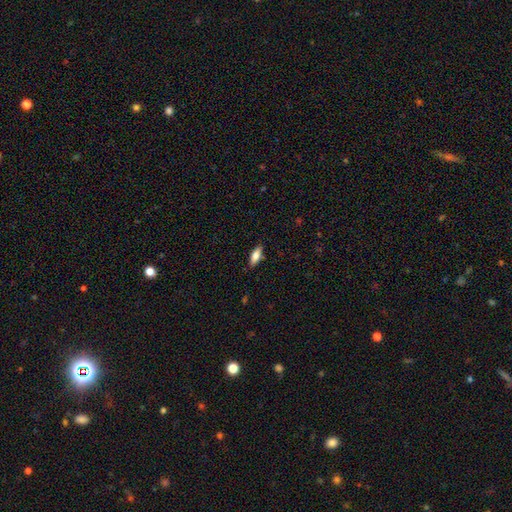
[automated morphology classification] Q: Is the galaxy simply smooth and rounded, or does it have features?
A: smooth — 77%.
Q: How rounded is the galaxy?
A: in between — 69%.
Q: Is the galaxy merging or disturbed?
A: none — 85%.